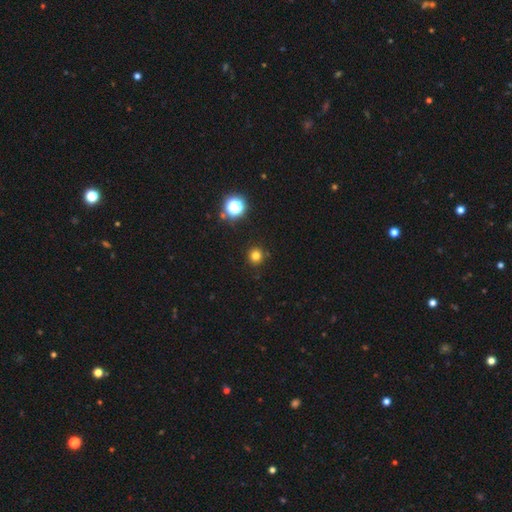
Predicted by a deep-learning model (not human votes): This is likely a smooth galaxy (79%). How rounded: clearly round (95%). Merging: clearly none (91%).